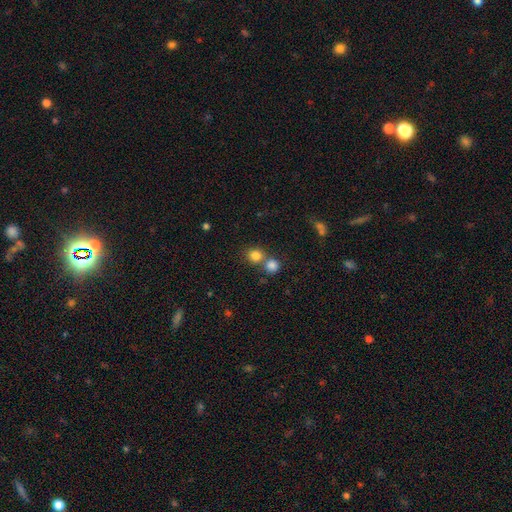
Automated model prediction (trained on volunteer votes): This is clearly a smooth galaxy (81%). How rounded: clearly round (87%). Merging: possibly none (55%).